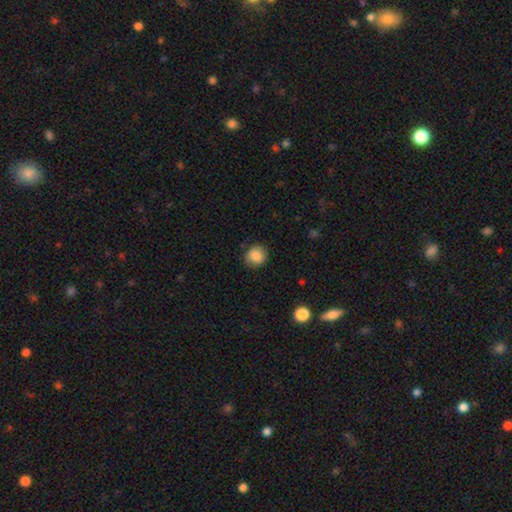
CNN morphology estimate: A smooth galaxy with no disk features (86%) that is round (86%). Merging: none (85%).